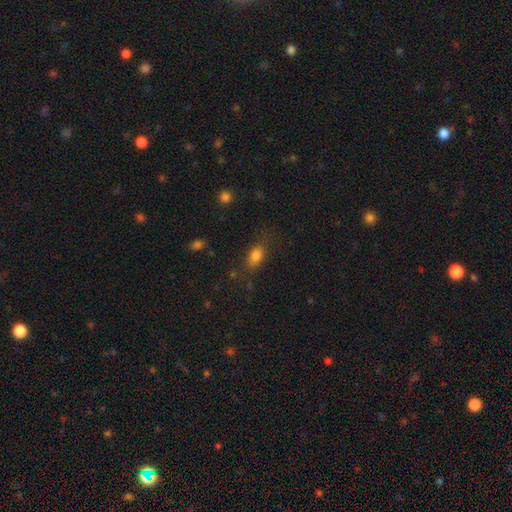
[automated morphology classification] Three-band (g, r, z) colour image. It shows a smooth galaxy with no disk features (79%) that is in between round and cigar-shaped (80%). Merging: none (71%).